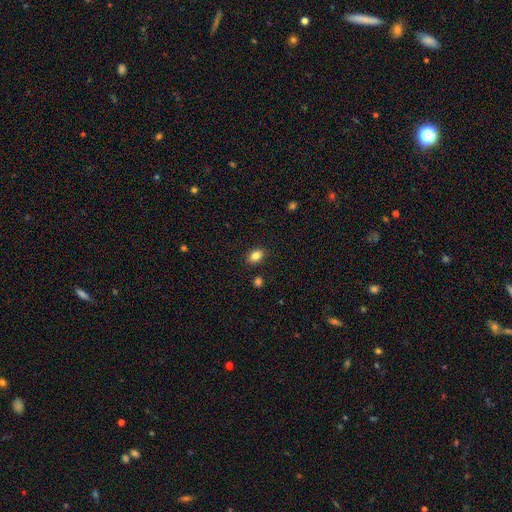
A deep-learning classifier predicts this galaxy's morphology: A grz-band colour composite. It shows a smooth galaxy with no disk features (84%) that is in between round and cigar-shaped (79%). Merging: none (87%).